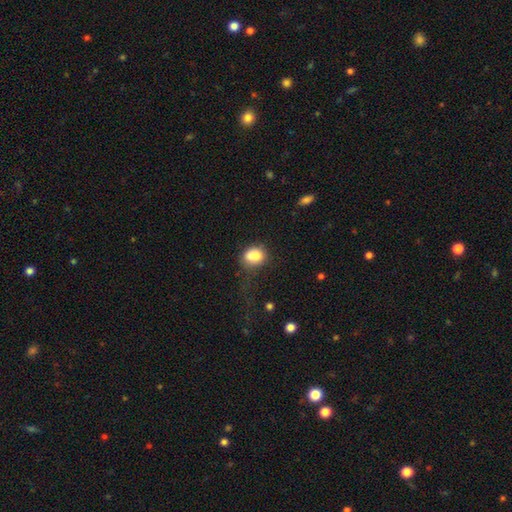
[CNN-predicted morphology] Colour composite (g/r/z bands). It shows a smooth galaxy with no disk features (79%) that is in between round and cigar-shaped (50%). Merging: none (41%).